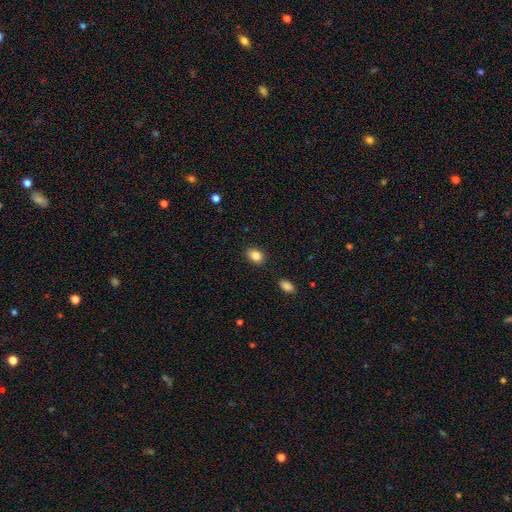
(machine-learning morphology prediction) A smooth galaxy with no disk features (85%) that is in between round and cigar-shaped (74%).

Vote fractions:
- Smooth or featured? smooth: 85% / star or artifact: 9% / featured or disk: 6%
- How rounded? in between: 74% / round: 25% / cigar-shaped: 1%
- Merging? none: 86% / minor disturbance: 10% / major disturbance: 2% / merger: 2%